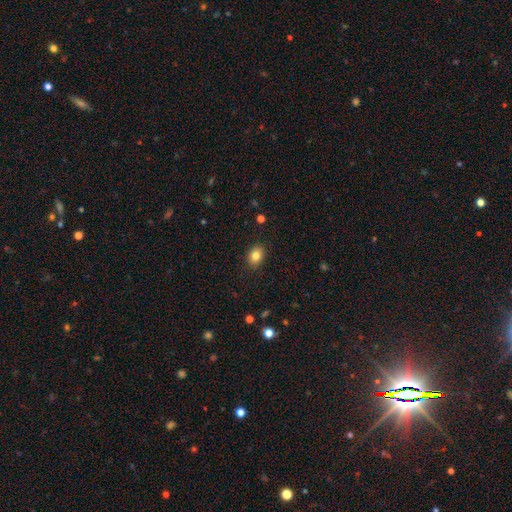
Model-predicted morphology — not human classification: Smooth or featured: smooth — 83% (star or artifact — 10%)
How rounded: in between — 57% (round — 42%)
Merging: none — 89% (minor disturbance — 8%)